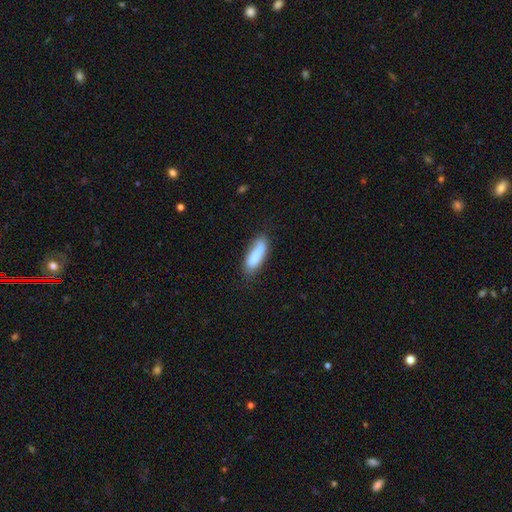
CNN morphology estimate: The model was most divided on "how rounded": cigar-shaped: 51%, in between: 47%, round: 2%. More confident: smooth or featured — smooth (79%); merging — none (62%).